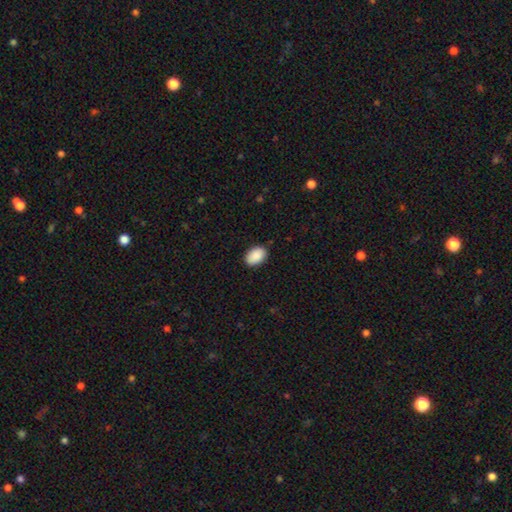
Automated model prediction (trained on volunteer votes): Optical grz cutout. It shows a smooth galaxy with no disk features (90%) that is in between round and cigar-shaped (90%). Merging: none (86%).